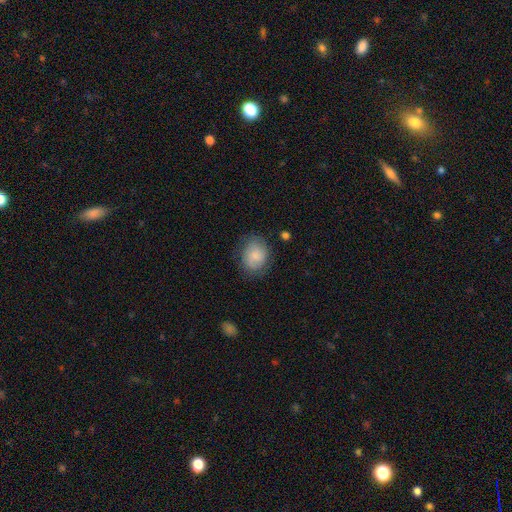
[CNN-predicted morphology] Smooth or featured?
  - smooth: 70% *
  - featured or disk: 22%
  - star or artifact: 8%
How rounded?
  - in between: 50% *
  - round: 49%
  - cigar-shaped: 1%
Merging?
  - none: 73% *
  - minor disturbance: 19%
  - major disturbance: 6%
  - merger: 2%